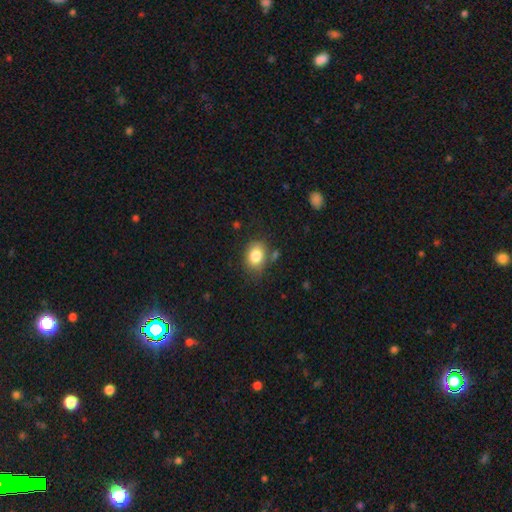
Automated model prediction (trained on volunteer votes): Morphology: type=smooth (83%); roundness=in between (61%); merging=none (74%).